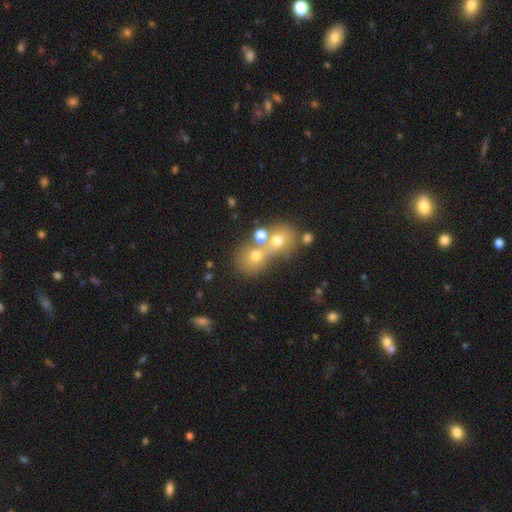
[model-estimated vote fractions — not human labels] Q: Smooth or featured?
A: smooth (63%); runner-up: featured or disk (20%)
Q: How rounded?
A: round (72%); runner-up: in between (26%)
Q: Merging?
A: merger (55%); runner-up: none (31%)